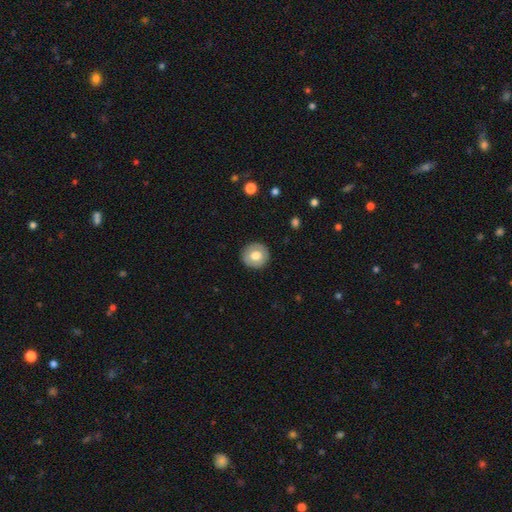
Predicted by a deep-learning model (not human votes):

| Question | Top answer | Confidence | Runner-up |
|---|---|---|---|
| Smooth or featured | smooth | 70% | featured or disk (24%) |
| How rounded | round | 92% | in between (7%) |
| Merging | none | 90% | minor disturbance (7%) |